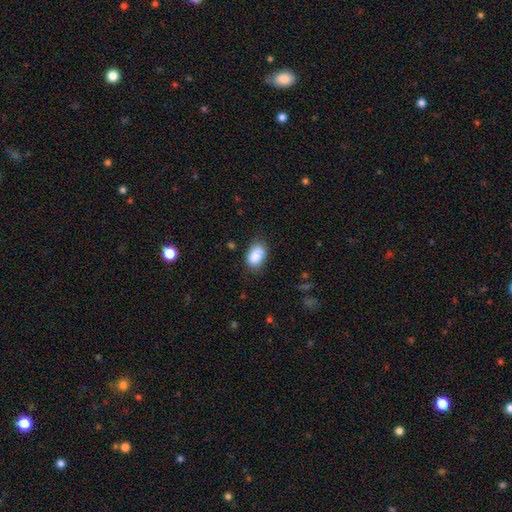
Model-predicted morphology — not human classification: A smooth galaxy with no disk features (88%) that is in between round and cigar-shaped (90%). Merging: none (76%).